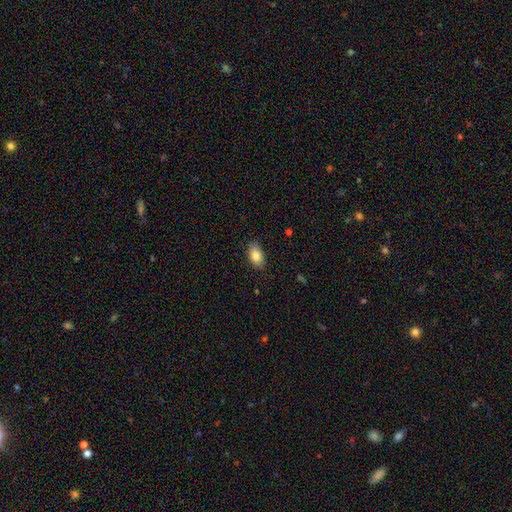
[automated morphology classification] The model was most divided on "merging": none: 81%, minor disturbance: 15%, major disturbance: 3%, merger: 1%. More confident: how rounded — in between (90%); smooth or featured — smooth (84%).